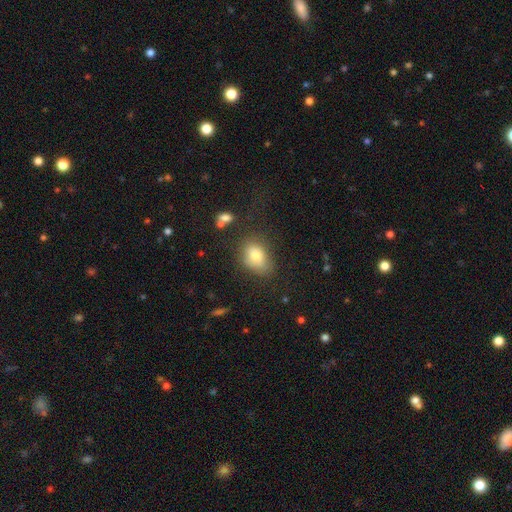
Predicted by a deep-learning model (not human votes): Smooth or featured? smooth (77%)
How rounded? in between (73%)
Merging? none (59%)